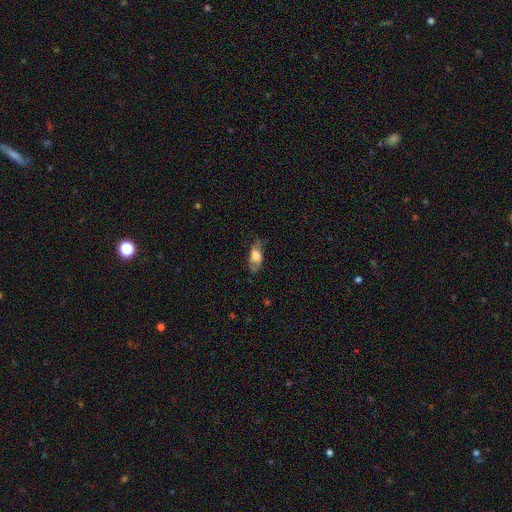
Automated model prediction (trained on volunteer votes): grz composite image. It shows a smooth galaxy with no disk features (63%) that is in between round and cigar-shaped (83%). Merging: none (64%).